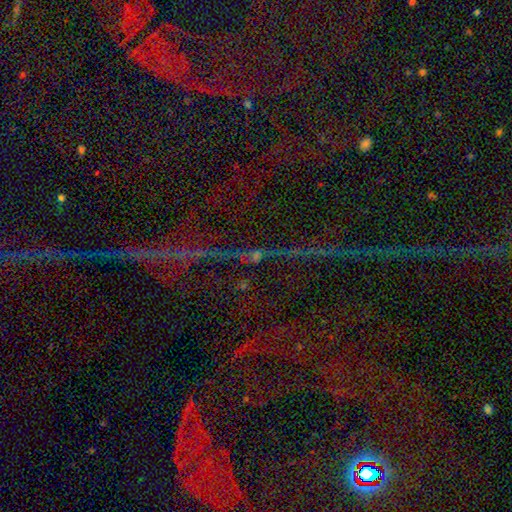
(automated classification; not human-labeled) smooth_or_featured: star or artifact (p=0.69) [alt: featured or disk p=0.19]